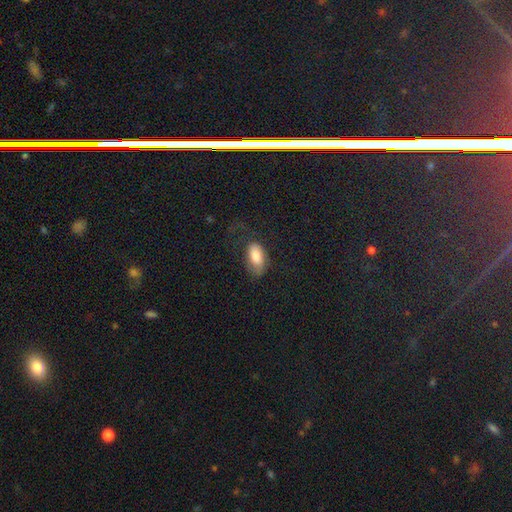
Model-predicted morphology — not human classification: smooth-or-featured: smooth: 80% | featured or disk: 13% | star or artifact: 7%
  how-rounded: in between: 94% | round: 4% | cigar-shaped: 3%
  merging: none: 46% | major disturbance: 28% | minor disturbance: 24% | merger: 2%